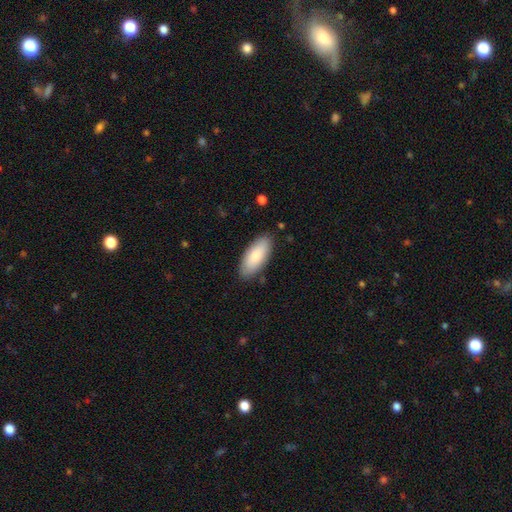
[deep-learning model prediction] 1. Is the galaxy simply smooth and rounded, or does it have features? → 83% smooth, 12% featured or disk, 5% star or artifact.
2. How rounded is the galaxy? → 86% in between, 12% cigar-shaped, 2% round.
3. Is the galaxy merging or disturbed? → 85% none, 11% minor disturbance, 2% major disturbance, 1% merger.